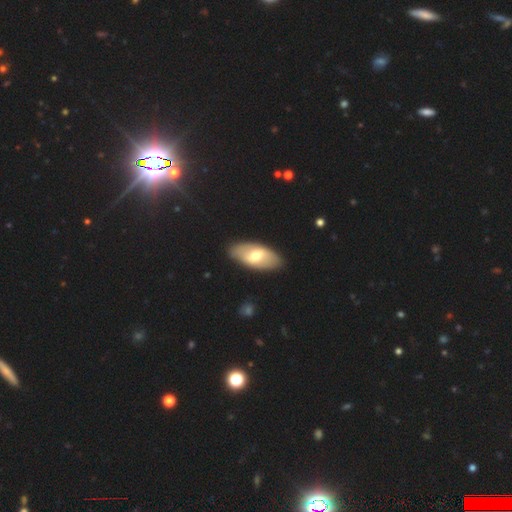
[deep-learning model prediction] Smooth or featured: smooth — 53% (featured or disk — 42%)
How rounded: in between — 90% (cigar-shaped — 7%)
Merging: none — 87% (minor disturbance — 9%)